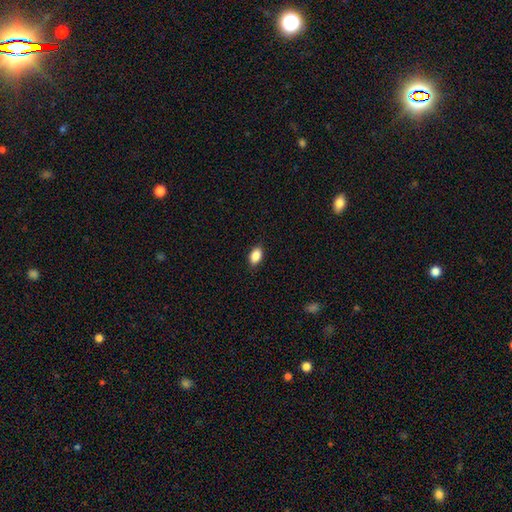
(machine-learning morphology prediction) smooth_or_featured: smooth (p=0.88) [alt: star or artifact p=0.08]
how_rounded: in between (p=0.89) [alt: round p=0.09]
merging: none (p=0.88) [alt: minor disturbance p=0.09]